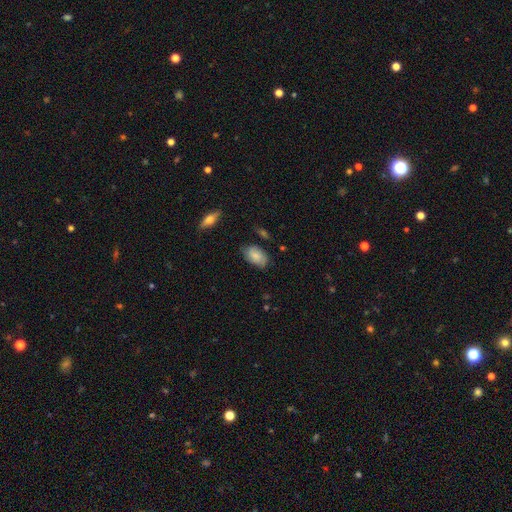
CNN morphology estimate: A smooth galaxy with no disk features (76%) that is in between round and cigar-shaped (92%).

Vote fractions:
- Smooth or featured? smooth: 76% / featured or disk: 17% / star or artifact: 7%
- How rounded? in between: 92% / round: 6% / cigar-shaped: 2%
- Merging? none: 72% / minor disturbance: 21% / major disturbance: 4% / merger: 2%